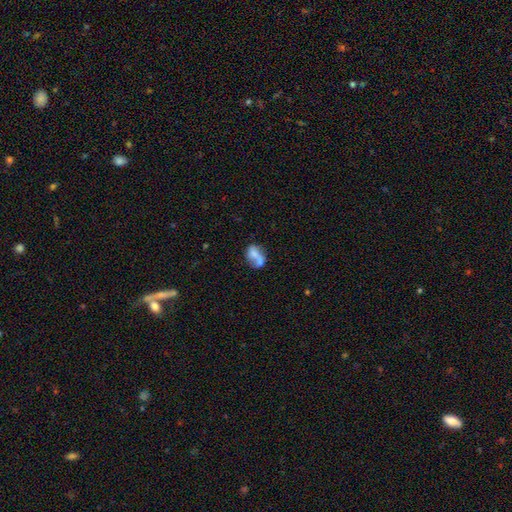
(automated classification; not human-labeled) Overall: smooth (60%; featured or disk 30%). How rounded: in between (73%). Merging: merger (50%; none 25%).